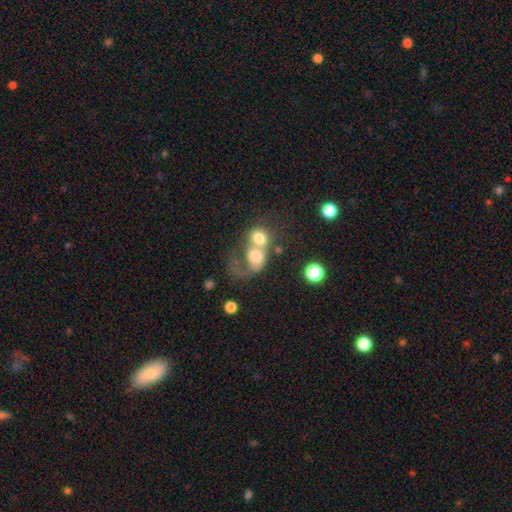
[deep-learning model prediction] smooth 59%, featured or disk 31%, star or artifact 11%. Down the decision tree: how rounded — round (55%); merging — merger (72%).